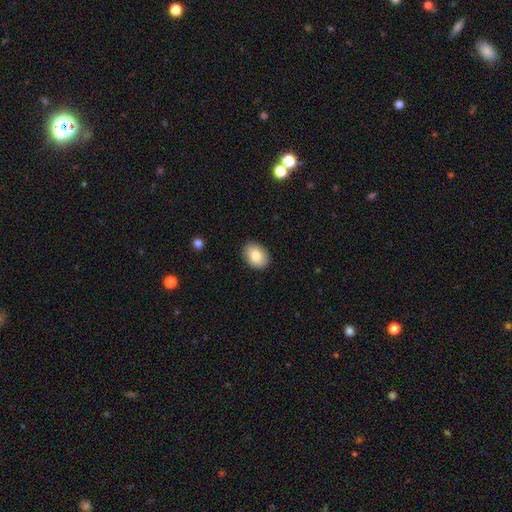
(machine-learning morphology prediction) A smooth galaxy with no disk features (82%) that is in between round and cigar-shaped (73%). Merging: none (89%).